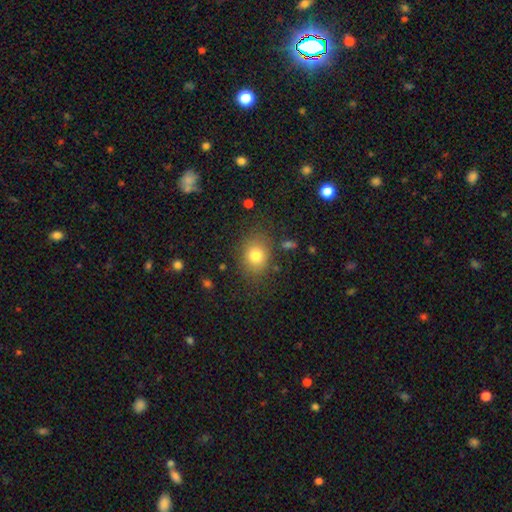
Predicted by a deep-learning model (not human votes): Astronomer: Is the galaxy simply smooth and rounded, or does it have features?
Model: smooth — 78%.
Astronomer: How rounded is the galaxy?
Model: round — 54% (runner-up: in between, 45%).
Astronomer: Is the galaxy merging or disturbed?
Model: none — 79%.